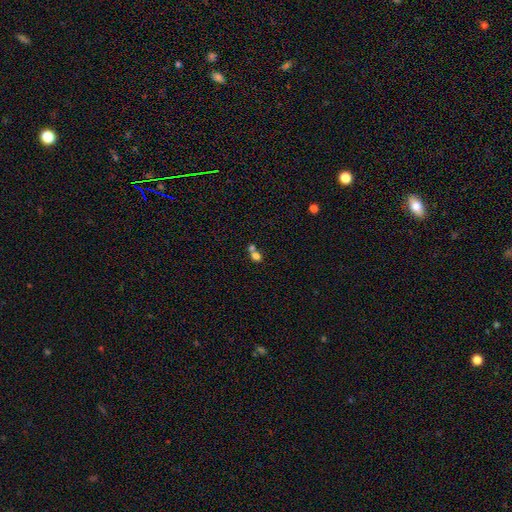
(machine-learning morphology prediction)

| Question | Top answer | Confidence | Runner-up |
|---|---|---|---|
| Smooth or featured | smooth | 75% | star or artifact (13%) |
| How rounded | round | 62% | in between (36%) |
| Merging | merger | 57% | none (33%) |